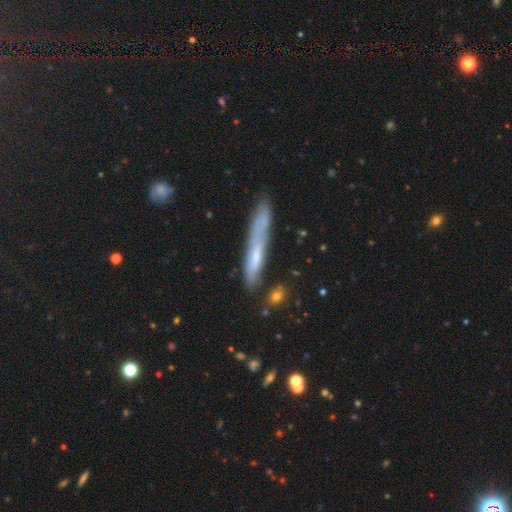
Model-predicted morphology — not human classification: Smooth or featured? Predicted: smooth (p=0.48). Merging? Predicted: none (p=0.65).